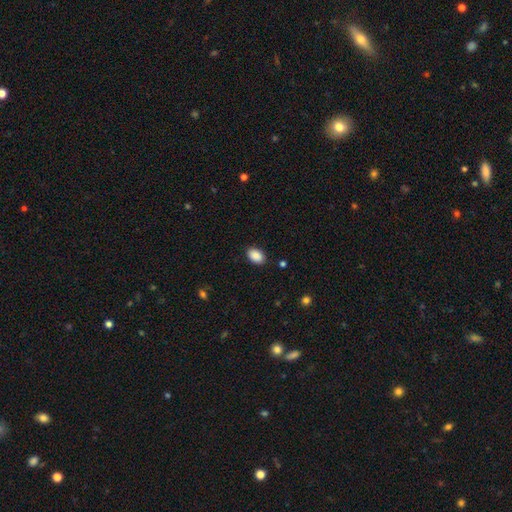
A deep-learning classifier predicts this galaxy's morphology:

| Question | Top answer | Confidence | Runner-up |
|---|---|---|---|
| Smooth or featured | smooth | 89% | star or artifact (8%) |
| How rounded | in between | 89% | round (10%) |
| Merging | none | 88% | minor disturbance (9%) |